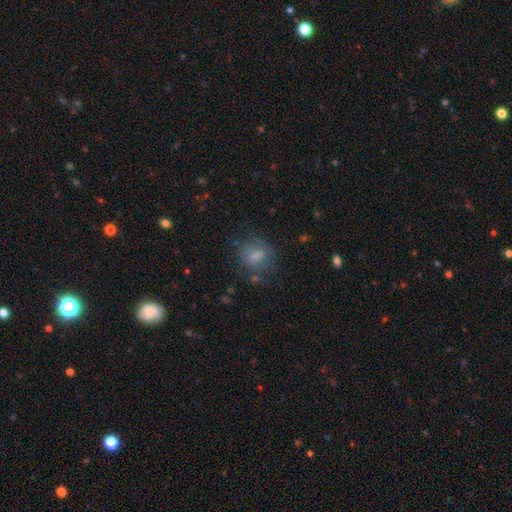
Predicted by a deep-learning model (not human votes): This appears to be a smooth galaxy with no disk features (71%) that is round (58%). Merging: none (63%).